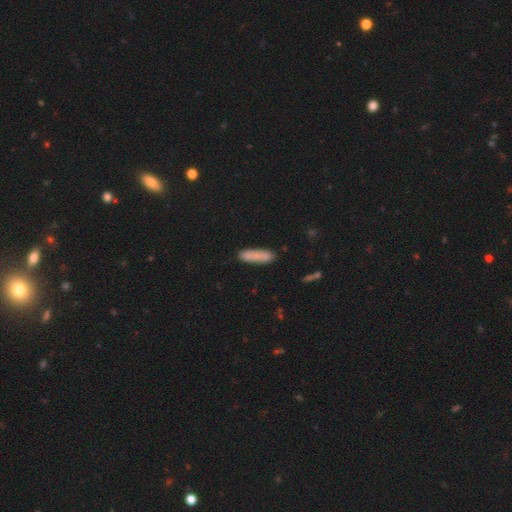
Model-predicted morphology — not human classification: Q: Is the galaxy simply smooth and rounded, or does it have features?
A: smooth — 80%.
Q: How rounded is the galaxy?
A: cigar-shaped — 69%.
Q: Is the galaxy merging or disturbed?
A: none — 78%.